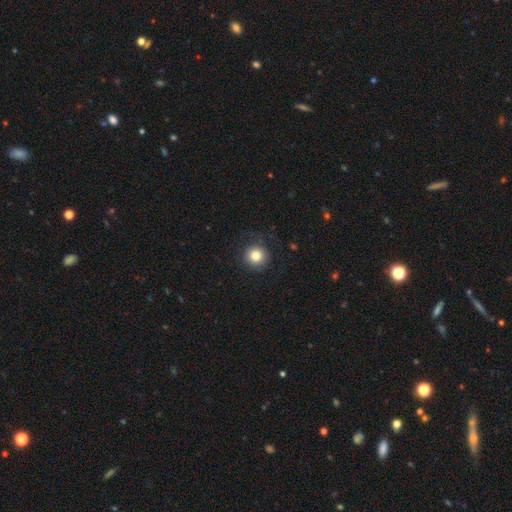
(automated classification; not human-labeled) A smooth galaxy with no disk features (82%) that is round (95%). Merging: none (85%).